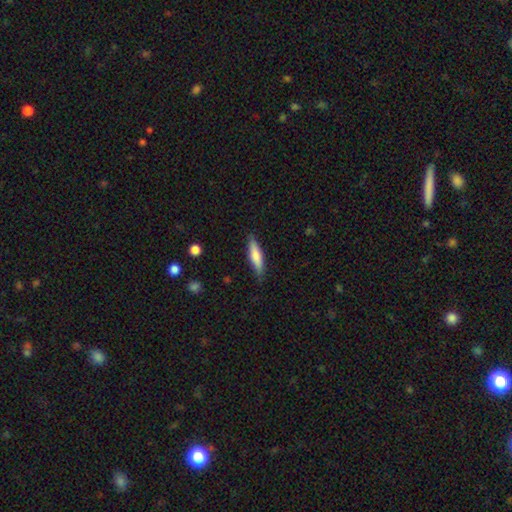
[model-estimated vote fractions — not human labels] This appears to be a smooth galaxy with no disk features (69%) that is cigar-shaped (77%). Merging: none (85%).